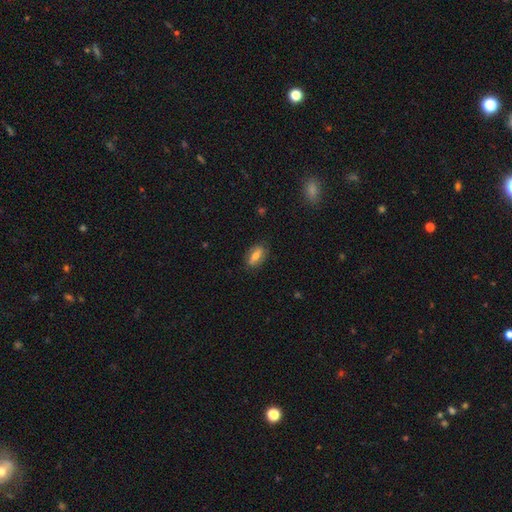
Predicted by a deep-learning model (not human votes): The model was most divided on "smooth or featured": smooth: 62%, featured or disk: 30%, star or artifact: 8%. More confident: merging — none (83%); how rounded — in between (77%).